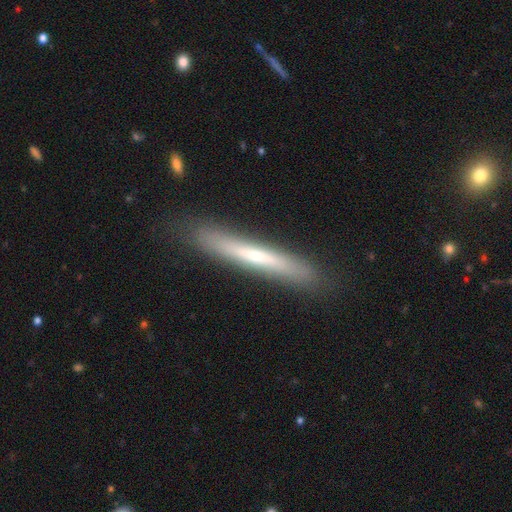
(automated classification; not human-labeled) Smooth or featured? featured or disk (51%)
Edge-on disk? yes (90%)
Merging? none (86%)